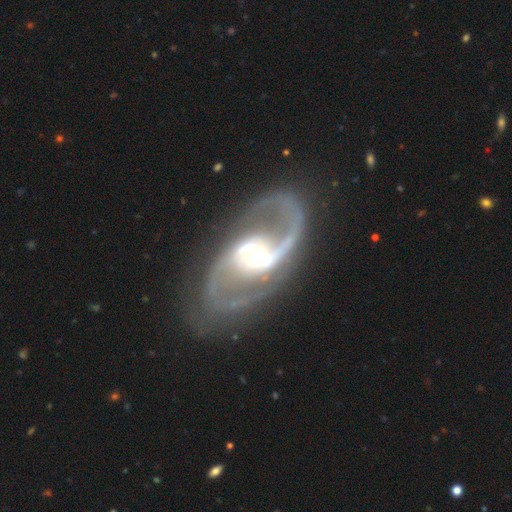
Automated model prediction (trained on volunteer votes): The model was most divided on "bar": no: 38%, weak: 35%, strong: 26%. More confident: spiral arms — yes (98%); edge-on disk — no (97%); spiral arm count — 2 (93%); smooth or featured — featured or disk (93%); merging — none (79%); bulge size — moderate (61%); spiral winding — medium (58%).